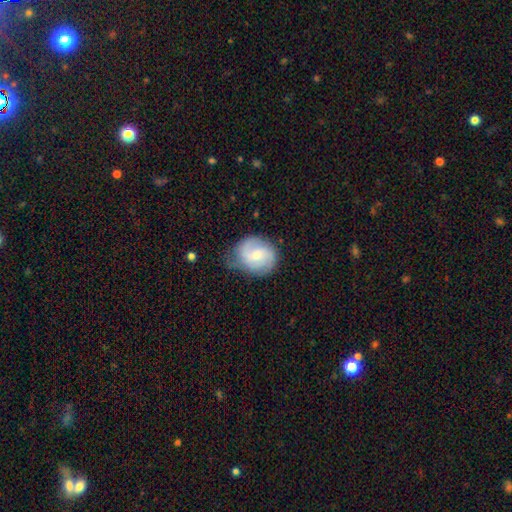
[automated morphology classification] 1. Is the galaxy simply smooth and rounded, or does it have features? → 53% featured or disk, 40% smooth, 7% star or artifact.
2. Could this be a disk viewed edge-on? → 98% no, 2% yes.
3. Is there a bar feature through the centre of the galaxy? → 49% no, 43% weak, 7% strong.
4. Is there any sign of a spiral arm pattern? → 88% yes, 12% no.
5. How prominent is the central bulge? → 49% moderate, 43% small, 4% large, 3% none, 1% dominant.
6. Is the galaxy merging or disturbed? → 59% none, 30% minor disturbance, 9% major disturbance, 2% merger.